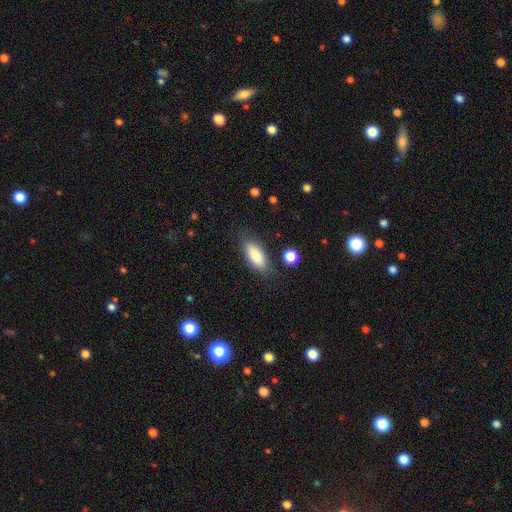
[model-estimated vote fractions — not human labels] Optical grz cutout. It shows a smooth galaxy with no disk features (85%) that is in between round and cigar-shaped (81%). Merging: none (81%).